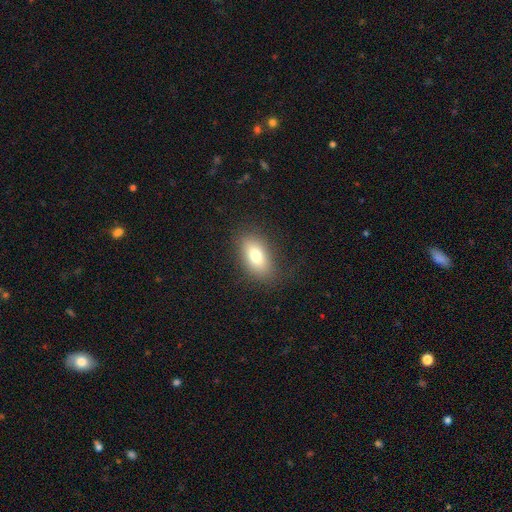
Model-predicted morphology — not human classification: A smooth galaxy with no disk features (77%) that is in between round and cigar-shaped (88%).

Vote fractions:
- Smooth or featured? smooth: 77% / featured or disk: 14% / star or artifact: 9%
- How rounded? in between: 88% / round: 7% / cigar-shaped: 5%
- Merging? none: 82% / minor disturbance: 12% / major disturbance: 5% / merger: 1%